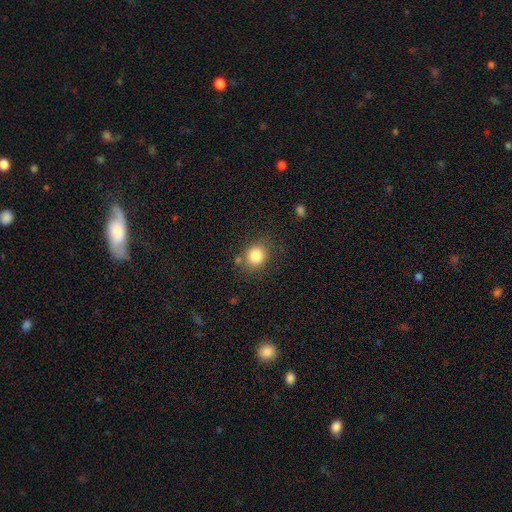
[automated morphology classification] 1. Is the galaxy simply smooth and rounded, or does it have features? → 83% smooth, 10% star or artifact, 7% featured or disk.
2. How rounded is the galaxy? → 70% round, 29% in between, 1% cigar-shaped.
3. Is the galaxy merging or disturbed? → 76% none, 13% minor disturbance, 6% merger, 4% major disturbance.